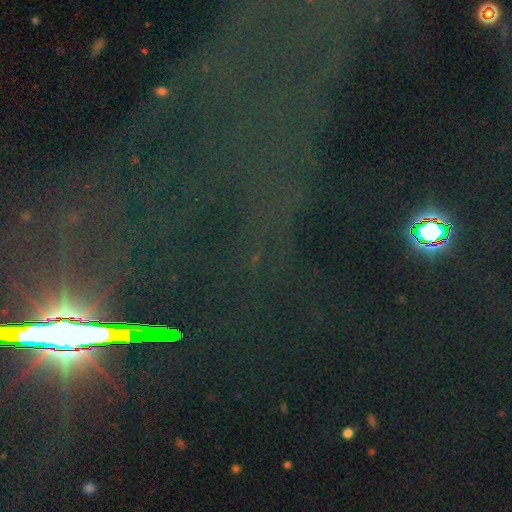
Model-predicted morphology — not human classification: This appears to be a star or artifact, not a galaxy (85%).